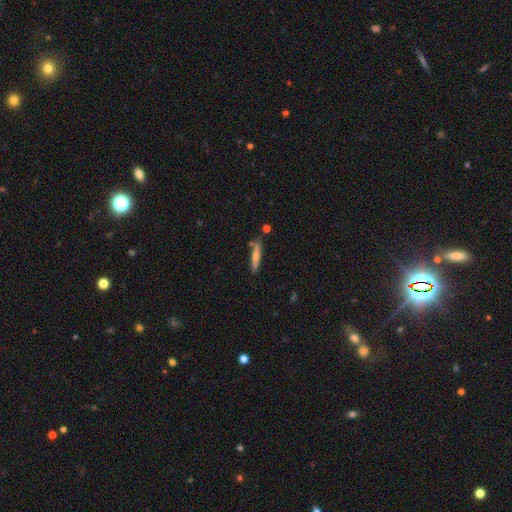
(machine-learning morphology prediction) The model was most divided on "smooth or featured": featured or disk: 52%, smooth: 40%, star or artifact: 8%. More confident: edge-on disk — yes (94%); merging — none (82%).